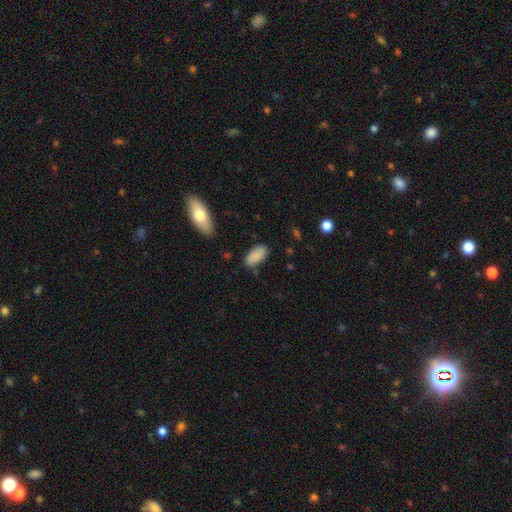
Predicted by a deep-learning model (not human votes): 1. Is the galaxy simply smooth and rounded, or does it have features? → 87% smooth, 7% star or artifact, 6% featured or disk.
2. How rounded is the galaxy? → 93% in between, 5% cigar-shaped, 2% round.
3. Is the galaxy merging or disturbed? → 75% none, 19% minor disturbance, 4% major disturbance, 3% merger.